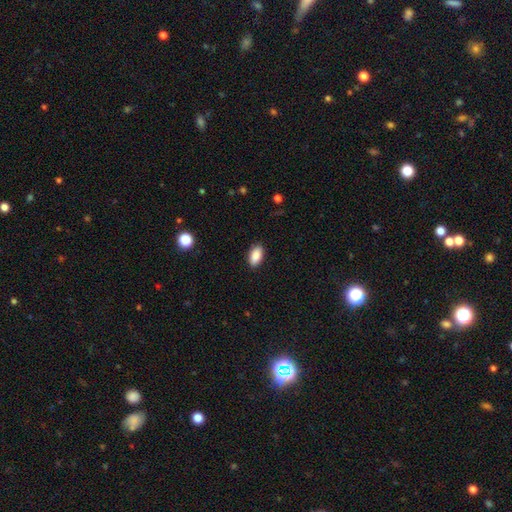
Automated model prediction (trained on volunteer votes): Smooth or featured?
  - smooth: 89% *
  - star or artifact: 7%
  - featured or disk: 4%
How rounded?
  - in between: 92% *
  - cigar-shaped: 4%
  - round: 3%
Merging?
  - none: 88% *
  - minor disturbance: 9%
  - major disturbance: 2%
  - merger: 1%